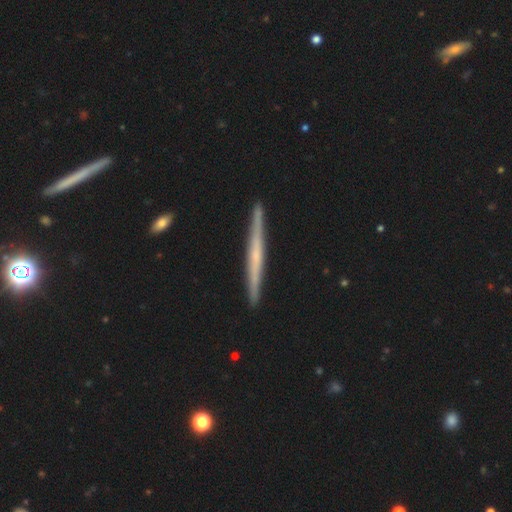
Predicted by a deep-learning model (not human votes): The model was most divided on "smooth or featured": featured or disk: 66%, smooth: 28%, star or artifact: 6%. More confident: edge-on disk — yes (97%); merging — none (91%); edge-on bulge — none (66%).